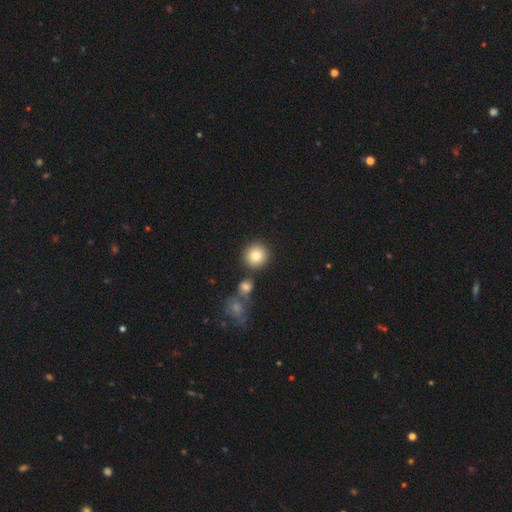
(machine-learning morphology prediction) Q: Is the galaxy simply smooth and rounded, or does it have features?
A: smooth — 83%.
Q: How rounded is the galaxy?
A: round — 92%.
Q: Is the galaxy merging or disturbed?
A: none — 81%.